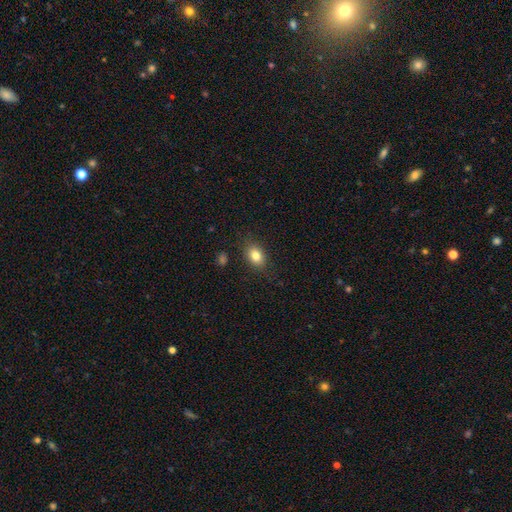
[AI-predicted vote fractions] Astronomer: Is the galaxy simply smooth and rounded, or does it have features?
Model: smooth — 81%.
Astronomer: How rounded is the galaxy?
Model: in between — 71%.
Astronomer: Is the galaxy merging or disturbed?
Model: none — 83%.